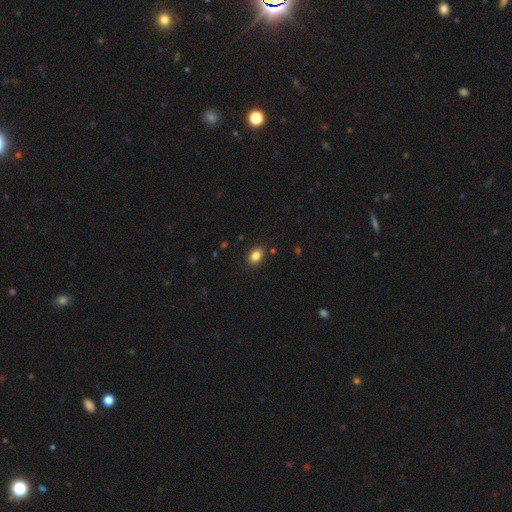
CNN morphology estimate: Q: Smooth or featured?
A: smooth (85%); runner-up: star or artifact (10%)
Q: How rounded?
A: in between (71%); runner-up: round (28%)
Q: Merging?
A: none (88%); runner-up: minor disturbance (8%)